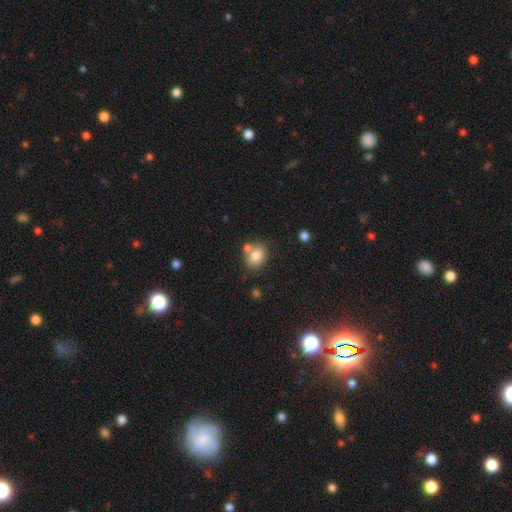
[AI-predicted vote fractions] This is likely a smooth galaxy (79%). How rounded: possibly round (50%). Merging: likely none (61%).